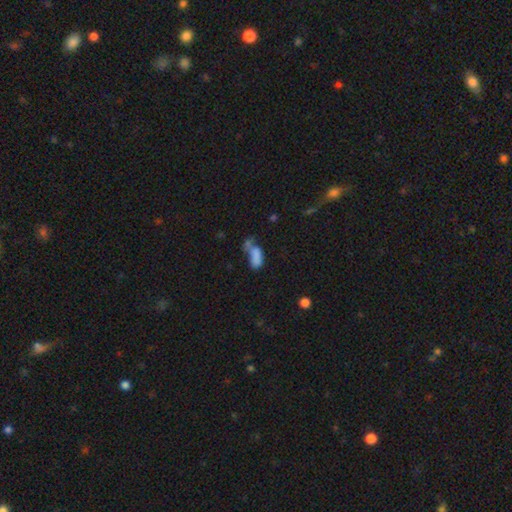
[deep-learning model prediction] smooth 74%, featured or disk 14%, star or artifact 12%. Down the decision tree: how rounded — in between (87%); merging — merger (38%).